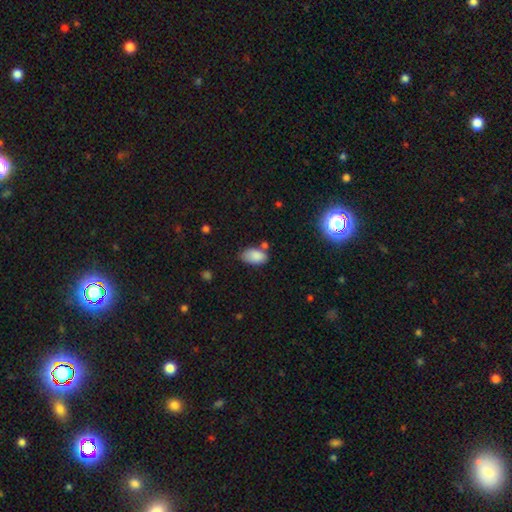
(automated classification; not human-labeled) The model was most divided on "merging": none: 58%, minor disturbance: 24%, merger: 12%, major disturbance: 6%. More confident: how rounded — in between (93%); smooth or featured — smooth (85%).